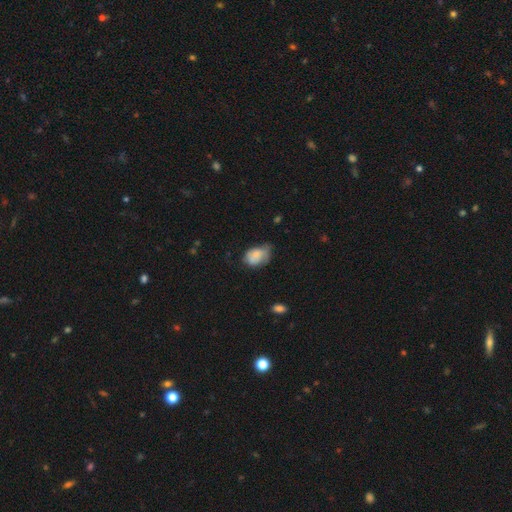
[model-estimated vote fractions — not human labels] smooth 74%, featured or disk 18%, star or artifact 8%. Down the decision tree: how rounded — in between (78%); merging — minor disturbance (46%).